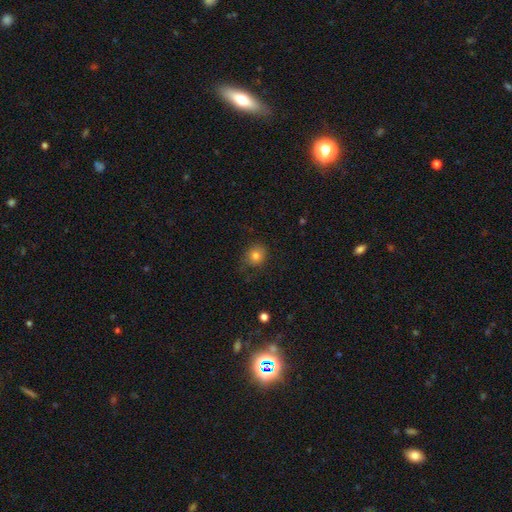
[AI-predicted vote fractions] Overall: smooth (81%). How rounded: round (76%). Merging: none (71%).